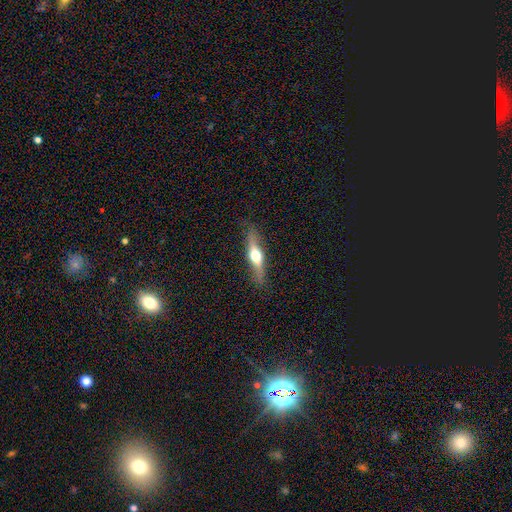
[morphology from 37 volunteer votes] Smooth or featured? 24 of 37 (65%) said featured or disk. Edge-on disk? 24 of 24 (100%) said yes. Edge-on bulge? 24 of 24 (100%) said rounded. Merging? 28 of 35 (80%) said none.